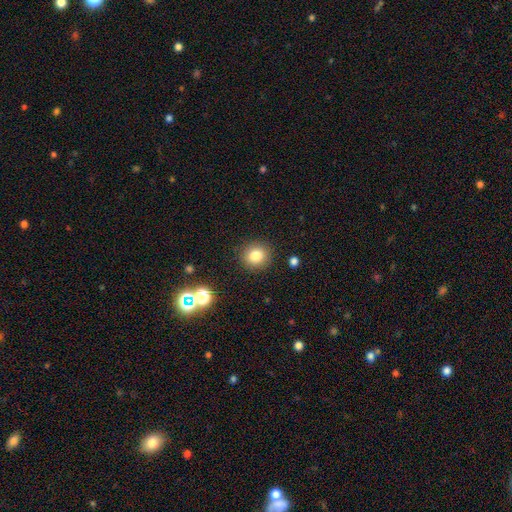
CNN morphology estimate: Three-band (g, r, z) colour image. It shows a smooth galaxy with no disk features (81%) that is round (87%). Merging: none (89%).